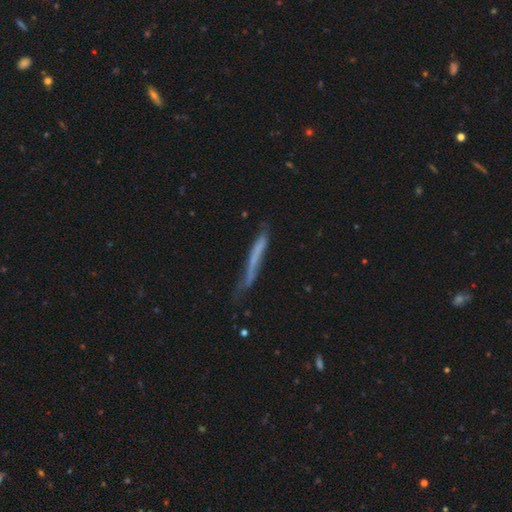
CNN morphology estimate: Smooth or featured?
  - smooth: 51% *
  - featured or disk: 40%
  - star or artifact: 8%
How rounded?
  - cigar-shaped: 96% *
  - in between: 3%
  - round: 1%
Merging?
  - none: 58% *
  - minor disturbance: 29%
  - major disturbance: 10%
  - merger: 3%